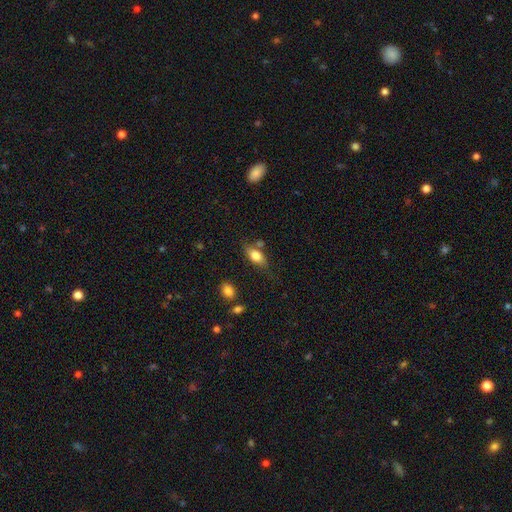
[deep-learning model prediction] Smooth or featured? Predicted: smooth (p=0.76). How rounded? Predicted: in between (p=0.85). Merging? Predicted: none (p=0.64).